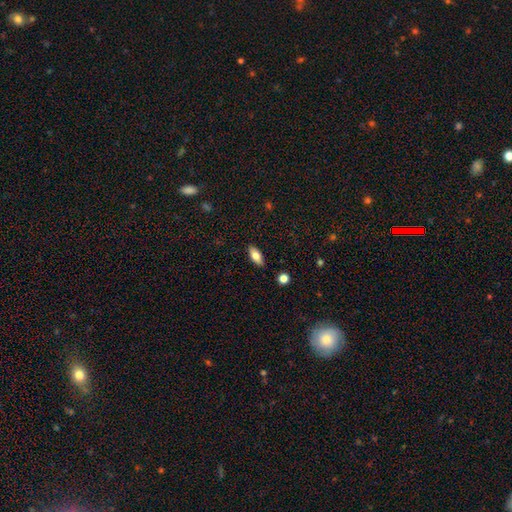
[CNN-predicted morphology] smooth 77%, featured or disk 16%, star or artifact 7%. Down the decision tree: how rounded — in between (84%); merging — none (87%).